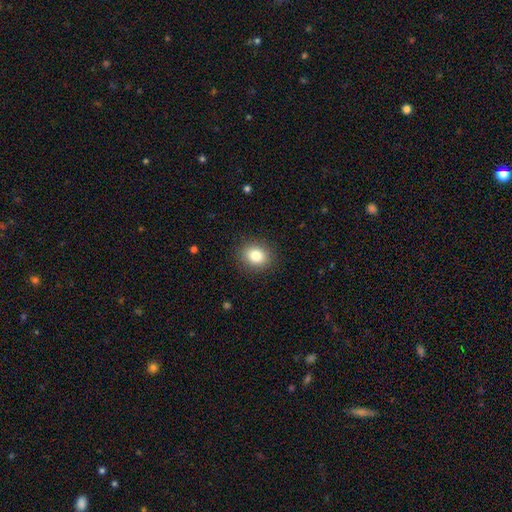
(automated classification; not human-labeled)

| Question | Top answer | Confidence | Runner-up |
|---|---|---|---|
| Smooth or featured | smooth | 83% | star or artifact (10%) |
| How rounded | round | 55% | in between (45%) |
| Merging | none | 89% | minor disturbance (8%) |